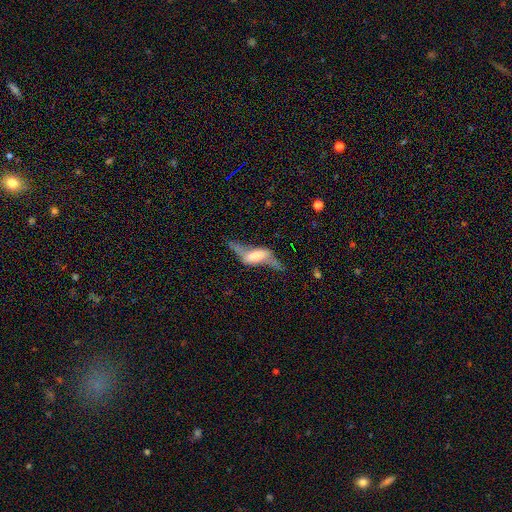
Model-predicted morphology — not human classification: smooth_or_featured: featured or disk (p=0.63) [alt: smooth p=0.29]
disk_edge_on: no (p=0.68) [alt: yes p=0.32]
merging: none (p=0.35) [alt: major disturbance p=0.32]